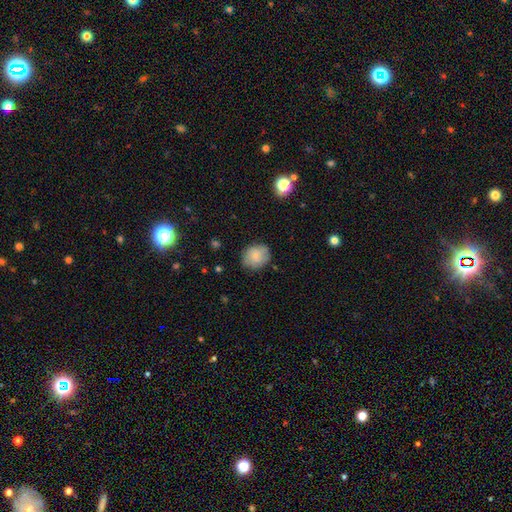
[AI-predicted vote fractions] smooth_or_featured: smooth (p=0.77) [alt: featured or disk p=0.15]
how_rounded: round (p=0.67) [alt: in between p=0.32]
merging: none (p=0.79) [alt: minor disturbance p=0.16]